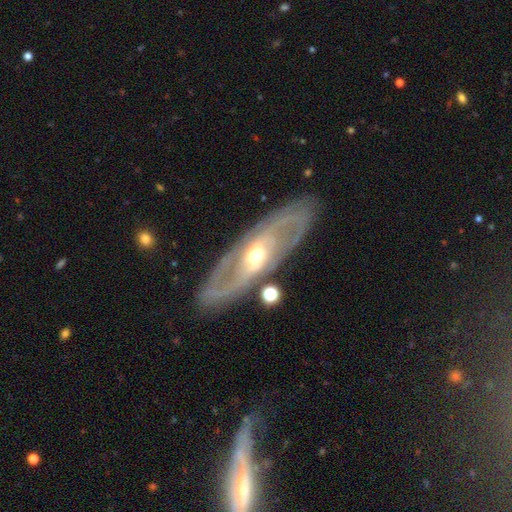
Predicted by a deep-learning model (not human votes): This appears to be a featured or disk galaxy (83%) with no bar (53%), 2 (56%) tight (52%) spiral arms (75%) and a moderate central bulge (59%). Merging: none (83%).